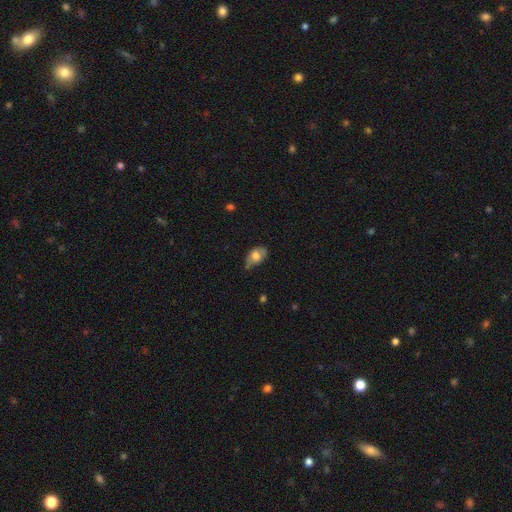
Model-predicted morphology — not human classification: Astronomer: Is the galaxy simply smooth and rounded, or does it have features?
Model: smooth — 60%.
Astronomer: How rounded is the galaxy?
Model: in between — 85%.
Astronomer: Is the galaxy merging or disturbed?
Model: none — 42% (runner-up: minor disturbance, 41%).